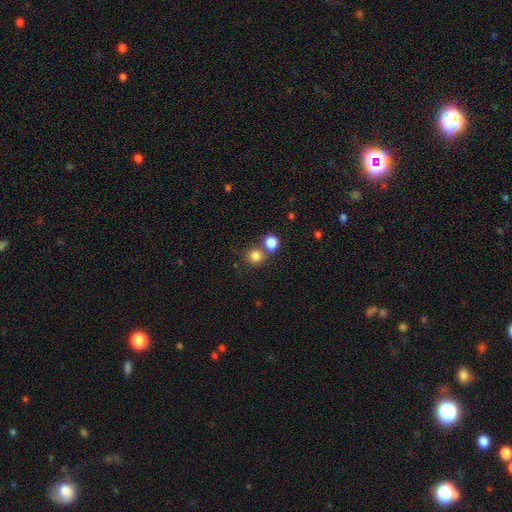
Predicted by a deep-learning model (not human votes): Smooth or featured? smooth (82%)
How rounded? round (88%)
Merging? none (63%)